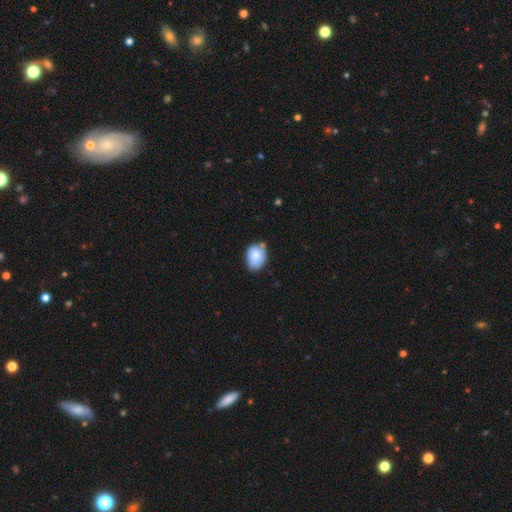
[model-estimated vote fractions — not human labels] Overall: smooth (78%). How rounded: in between (71%). Merging: none (55%; minor disturbance 31%).